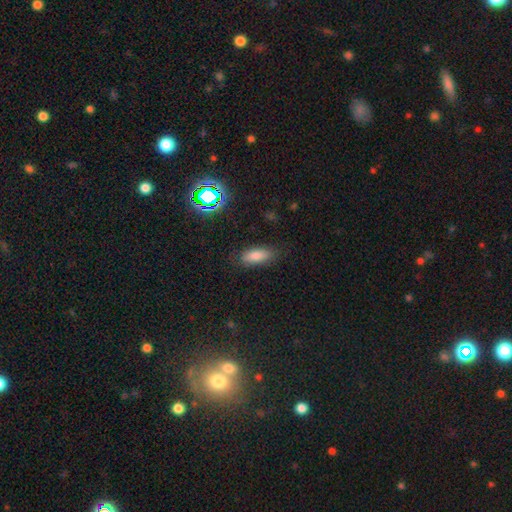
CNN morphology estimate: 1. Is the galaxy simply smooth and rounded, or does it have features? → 79% smooth, 12% star or artifact, 9% featured or disk.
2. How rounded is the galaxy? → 76% in between, 21% cigar-shaped, 3% round.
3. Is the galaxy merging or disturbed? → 81% none, 14% minor disturbance, 4% major disturbance, 2% merger.